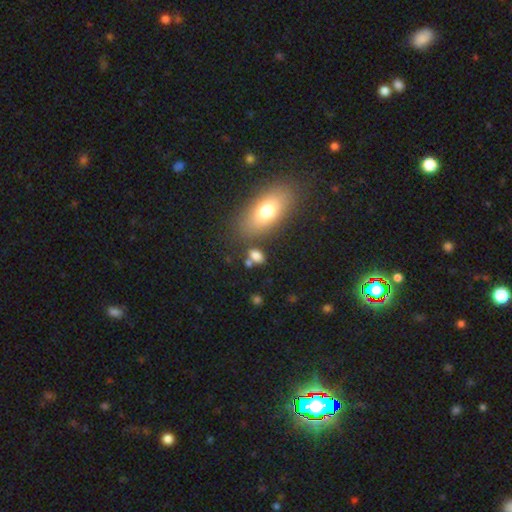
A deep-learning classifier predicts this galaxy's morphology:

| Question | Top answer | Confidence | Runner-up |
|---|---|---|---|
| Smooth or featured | smooth | 77% | star or artifact (12%) |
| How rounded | in between | 80% | round (16%) |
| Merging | none | 62% | merger (18%) |